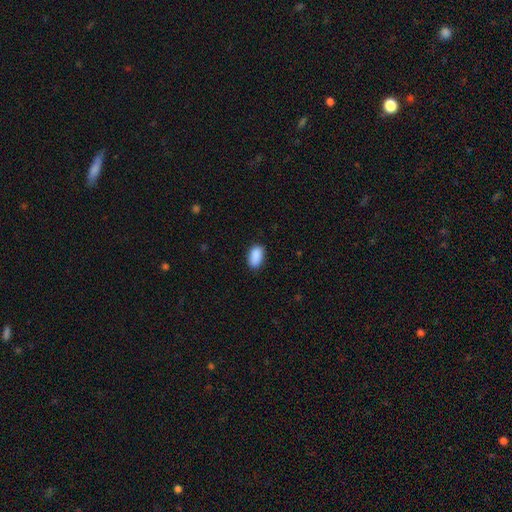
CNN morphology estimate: Q: Smooth or featured?
A: smooth (90%); runner-up: star or artifact (7%)
Q: How rounded?
A: in between (93%); runner-up: round (5%)
Q: Merging?
A: none (84%); runner-up: minor disturbance (13%)